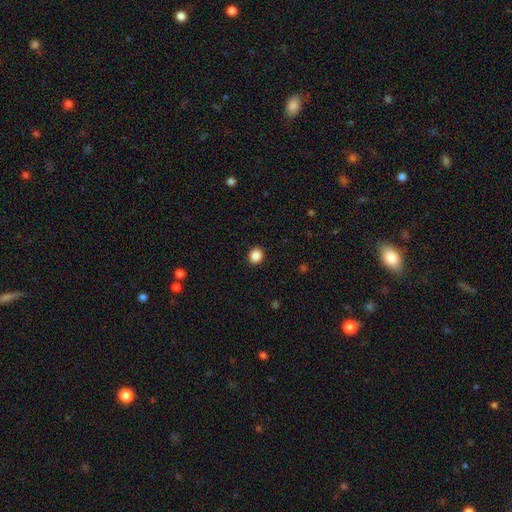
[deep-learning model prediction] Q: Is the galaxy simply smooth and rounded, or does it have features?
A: smooth — 87%.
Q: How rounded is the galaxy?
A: round — 76%.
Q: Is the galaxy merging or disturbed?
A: none — 92%.